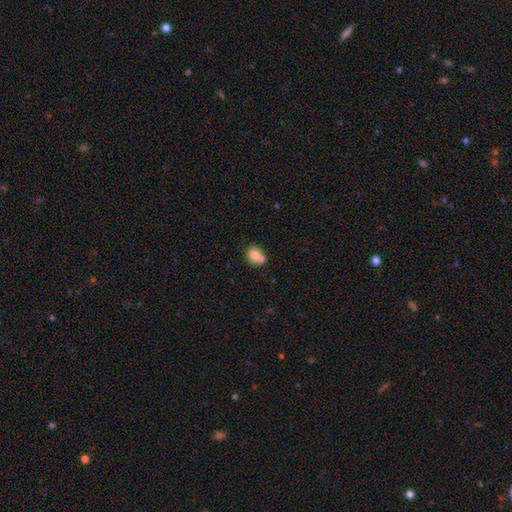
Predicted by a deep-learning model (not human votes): Smooth or featured?
  - smooth: 76% *
  - featured or disk: 15%
  - star or artifact: 9%
How rounded?
  - round: 70% *
  - in between: 29%
  - cigar-shaped: 1%
Merging?
  - merger: 44% *
  - none: 43%
  - minor disturbance: 10%
  - major disturbance: 3%